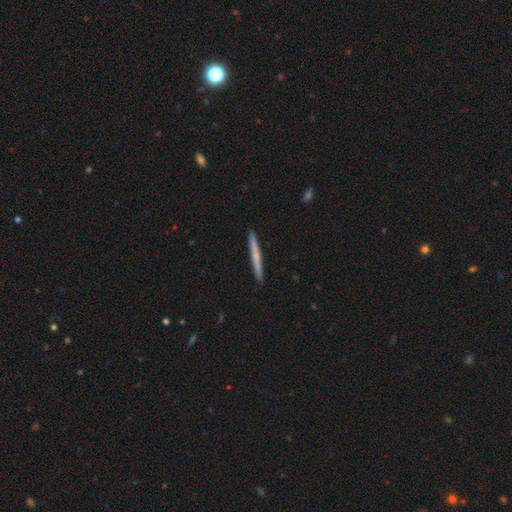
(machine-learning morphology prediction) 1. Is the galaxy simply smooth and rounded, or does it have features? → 52% smooth, 42% featured or disk, 6% star or artifact.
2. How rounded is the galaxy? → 97% cigar-shaped, 2% in between, 1% round.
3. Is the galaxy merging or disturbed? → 93% none, 5% minor disturbance, 1% major disturbance, 1% merger.